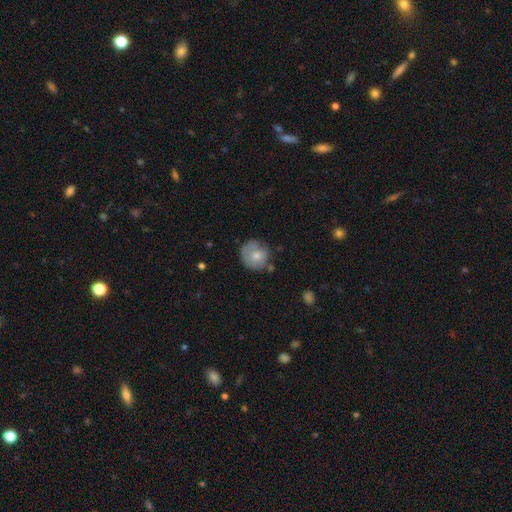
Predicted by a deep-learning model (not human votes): Morphology: type=smooth (71%); roundness=round (88%); merging=none (65%).